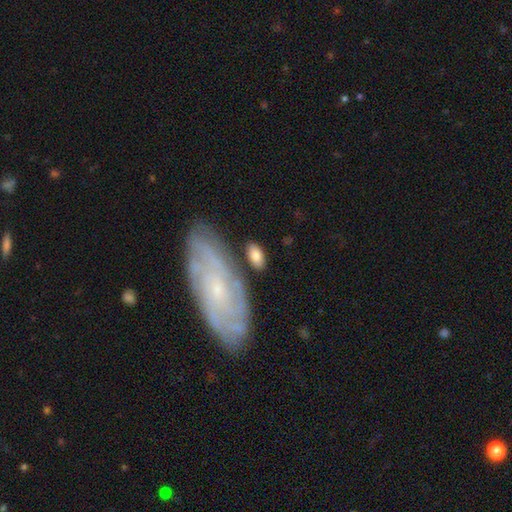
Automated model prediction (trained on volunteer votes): Morphology: type=smooth (79%); roundness=in between (92%); merging=none (76%).